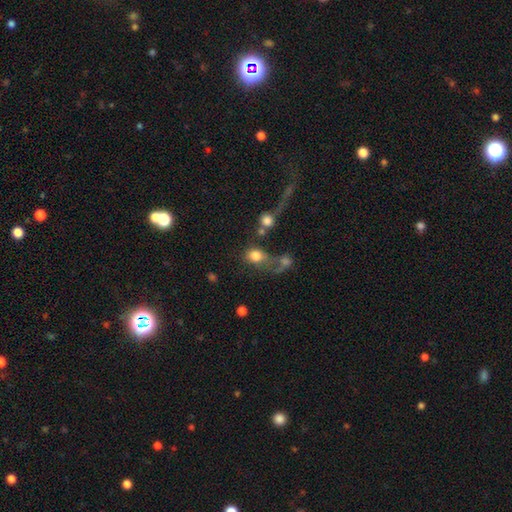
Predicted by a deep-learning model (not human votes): Smooth or featured?
  - smooth: 77% *
  - star or artifact: 12%
  - featured or disk: 11%
How rounded?
  - round: 58% *
  - in between: 40%
  - cigar-shaped: 2%
Merging?
  - none: 35% *
  - merger: 33%
  - major disturbance: 19%
  - minor disturbance: 14%